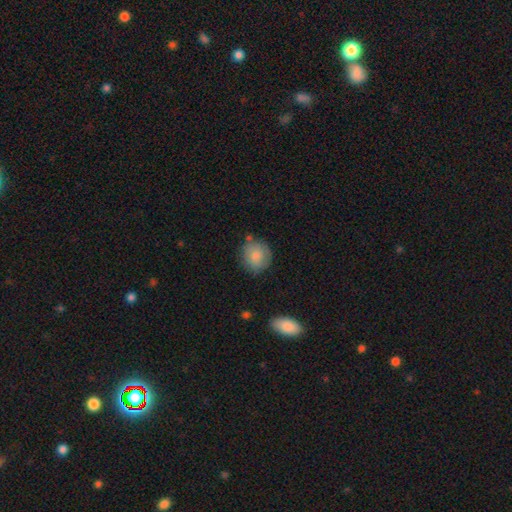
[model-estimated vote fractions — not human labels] Overall: smooth (81%). How rounded: round (75%). Merging: none (70%).